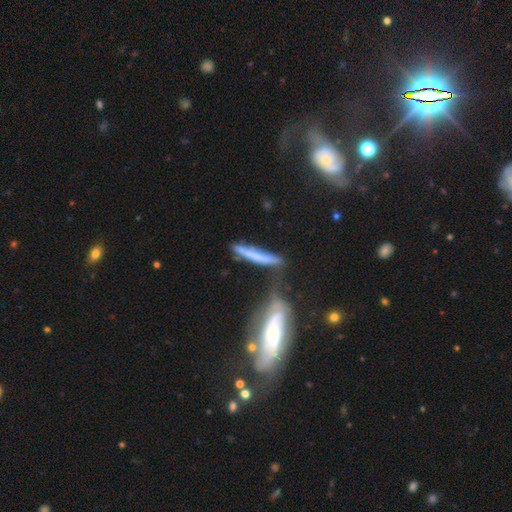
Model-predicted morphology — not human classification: type=smooth (53%); roundness=cigar-shaped (92%); merging=none (47%).